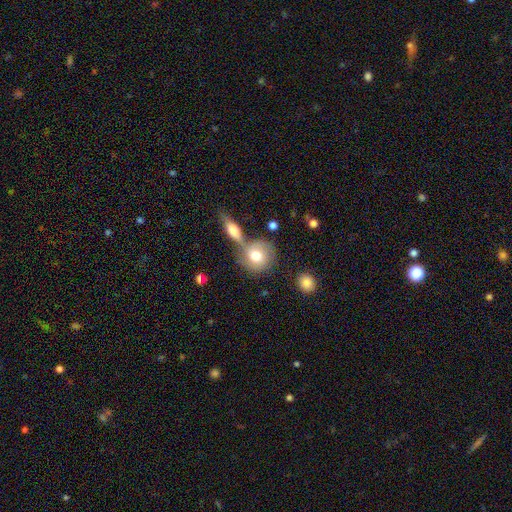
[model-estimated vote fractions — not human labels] Smooth or featured?
  - smooth: 66% *
  - featured or disk: 26%
  - star or artifact: 7%
How rounded?
  - round: 81% *
  - in between: 17%
  - cigar-shaped: 2%
Merging?
  - none: 45% *
  - merger: 37%
  - minor disturbance: 12%
  - major disturbance: 6%